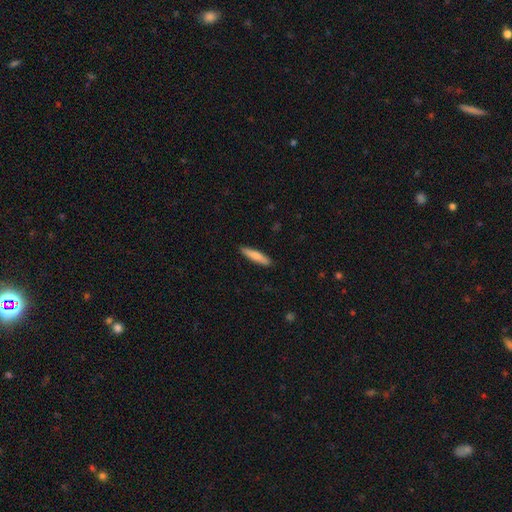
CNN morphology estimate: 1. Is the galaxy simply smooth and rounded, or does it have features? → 77% smooth, 17% featured or disk, 5% star or artifact.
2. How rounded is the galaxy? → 84% cigar-shaped, 15% in between, 1% round.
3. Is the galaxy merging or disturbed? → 89% none, 8% minor disturbance, 2% major disturbance, 1% merger.